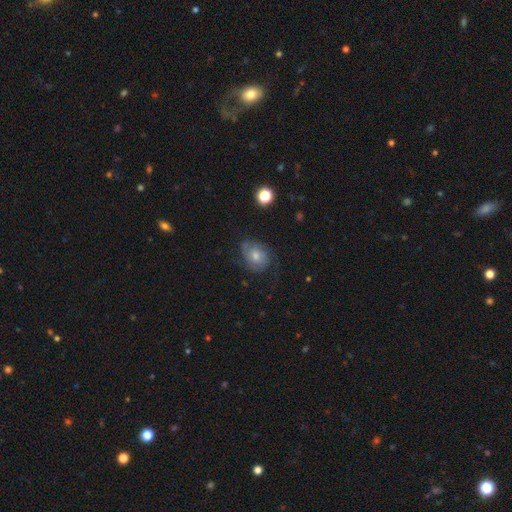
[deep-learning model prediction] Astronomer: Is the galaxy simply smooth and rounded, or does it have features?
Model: smooth — 48% (runner-up: featured or disk, 43%).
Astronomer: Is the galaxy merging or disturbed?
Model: none — 56%.